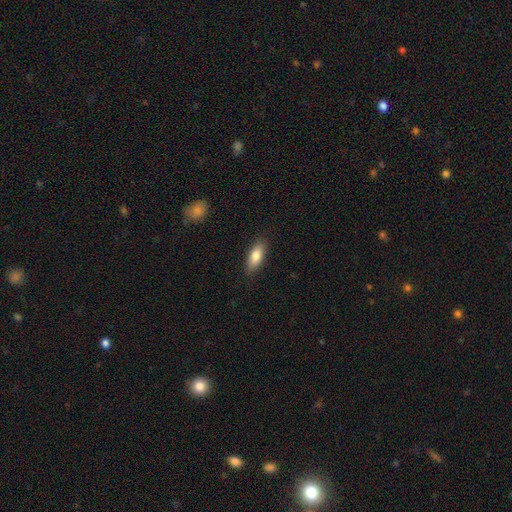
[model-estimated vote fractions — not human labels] Morphology: type=smooth (80%); roundness=in between (73%); merging=none (87%).